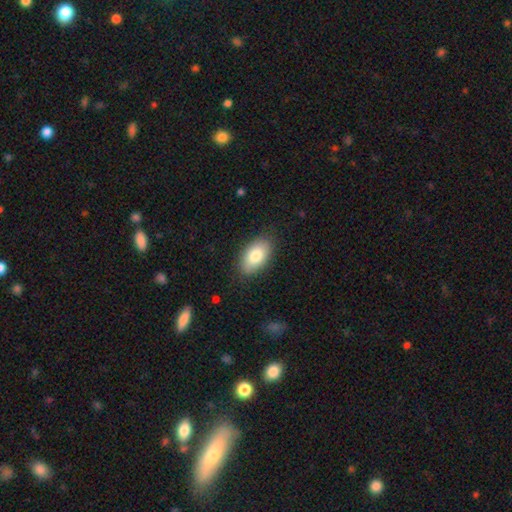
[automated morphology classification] Smooth or featured? Predicted: smooth (p=0.80). How rounded? Predicted: in between (p=0.93). Merging? Predicted: none (p=0.84).